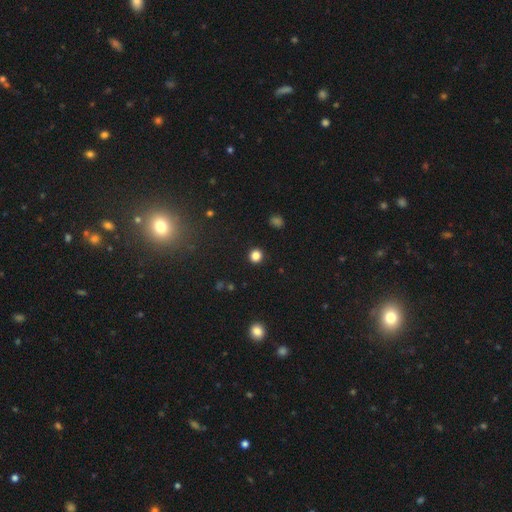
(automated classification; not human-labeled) A smooth galaxy with no disk features (83%) that is round (91%). Merging: none (92%).